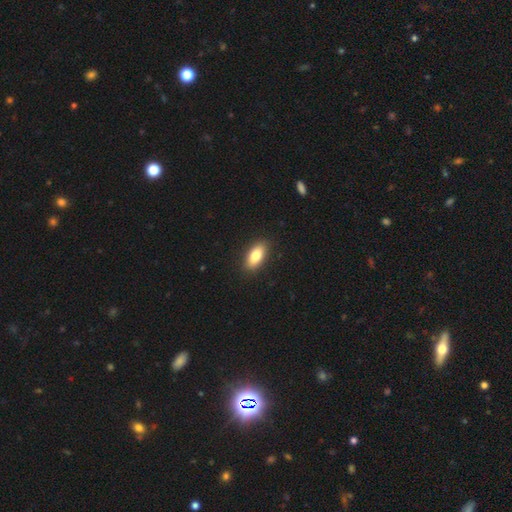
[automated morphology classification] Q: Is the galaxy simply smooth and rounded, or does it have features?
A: smooth — 81%.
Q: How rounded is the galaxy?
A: in between — 87%.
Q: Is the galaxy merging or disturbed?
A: none — 89%.